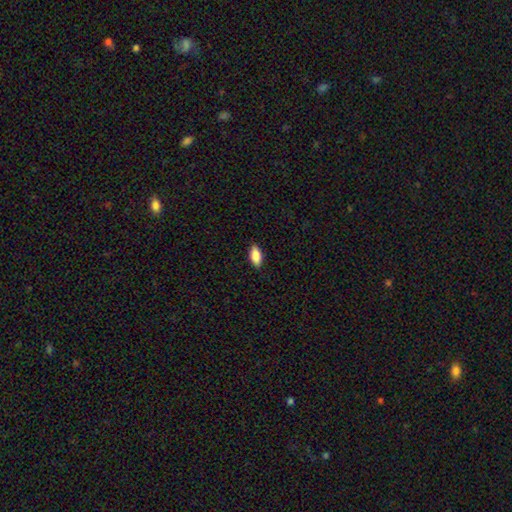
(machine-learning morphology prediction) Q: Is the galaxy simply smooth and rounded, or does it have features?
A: smooth — 85%.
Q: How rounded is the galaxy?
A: in between — 89%.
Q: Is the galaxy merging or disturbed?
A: none — 89%.